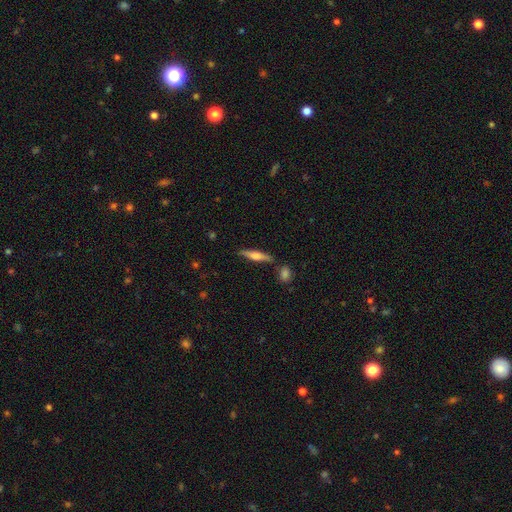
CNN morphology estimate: Smooth or featured? smooth (48%)
Merging? none (80%)